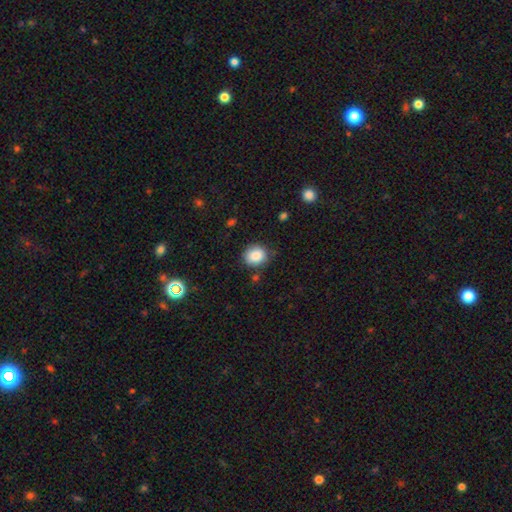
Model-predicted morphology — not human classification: A smooth galaxy with no disk features (86%) that is round (79%).

Vote fractions:
- Smooth or featured? smooth: 86% / star or artifact: 9% / featured or disk: 5%
- How rounded? round: 79% / in between: 20% / cigar-shaped: 1%
- Merging? none: 81% / minor disturbance: 13% / major disturbance: 3% / merger: 3%